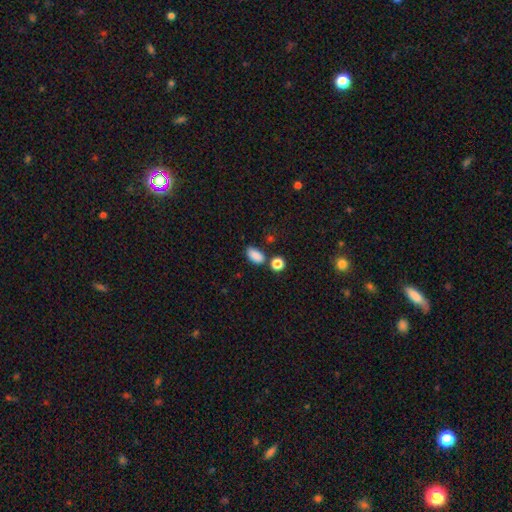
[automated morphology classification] This is clearly a smooth galaxy (87%). How rounded: clearly in between (90%). Merging: likely none (72%).